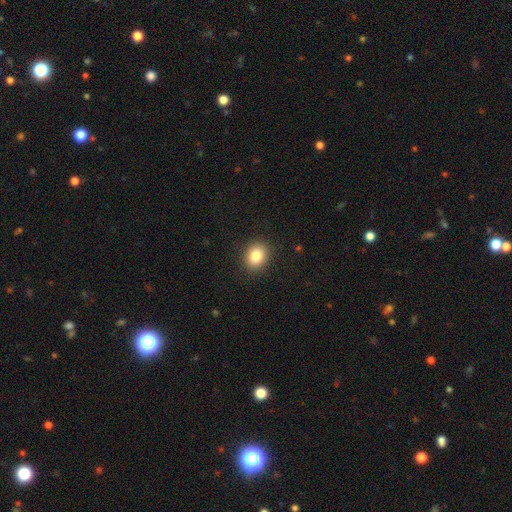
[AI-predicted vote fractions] smooth 85%, star or artifact 10%, featured or disk 6%. Down the decision tree: how rounded — round (54%); merging — none (90%).